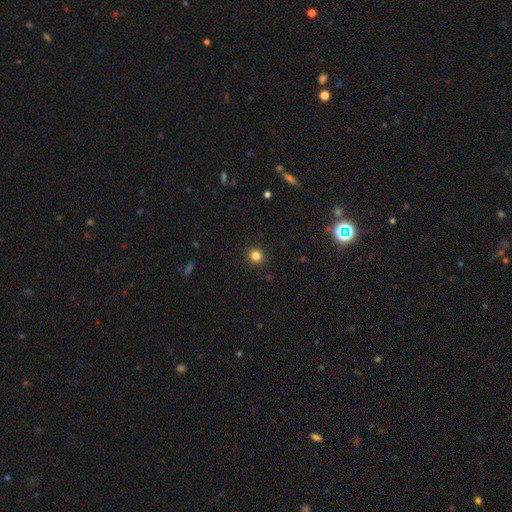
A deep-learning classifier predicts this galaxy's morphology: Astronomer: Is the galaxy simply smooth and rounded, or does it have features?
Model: smooth — 83%.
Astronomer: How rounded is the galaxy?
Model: round — 94%.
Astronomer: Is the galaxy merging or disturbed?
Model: none — 93%.